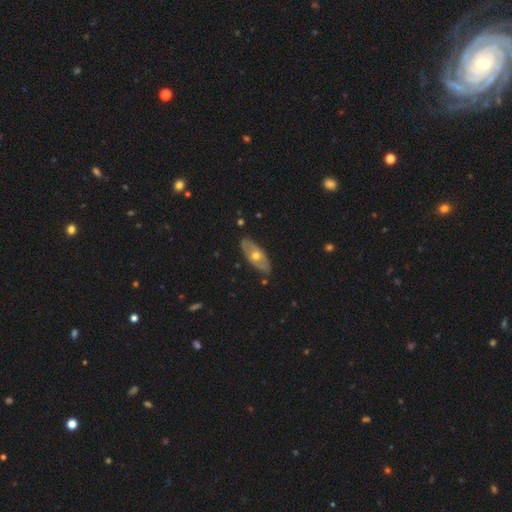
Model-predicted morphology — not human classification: A featured or disk galaxy (60%).

Vote fractions:
- Smooth or featured? featured or disk: 60% / smooth: 35% / star or artifact: 5%
- Edge-on disk? no: 76% / yes: 24%
- Merging? none: 83% / minor disturbance: 13% / major disturbance: 2% / merger: 2%